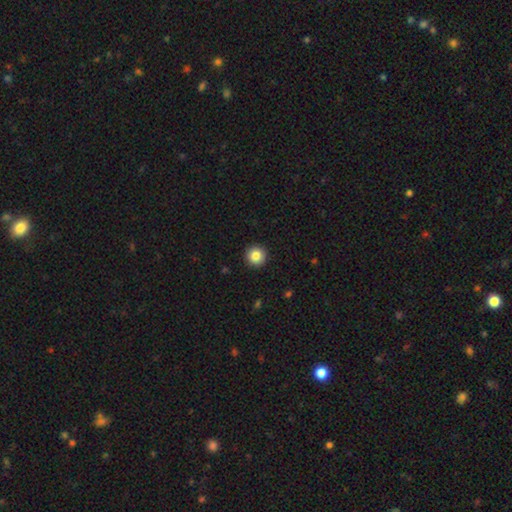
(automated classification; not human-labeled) smooth 84%, star or artifact 10%, featured or disk 6%. Down the decision tree: how rounded — round (96%); merging — none (93%).